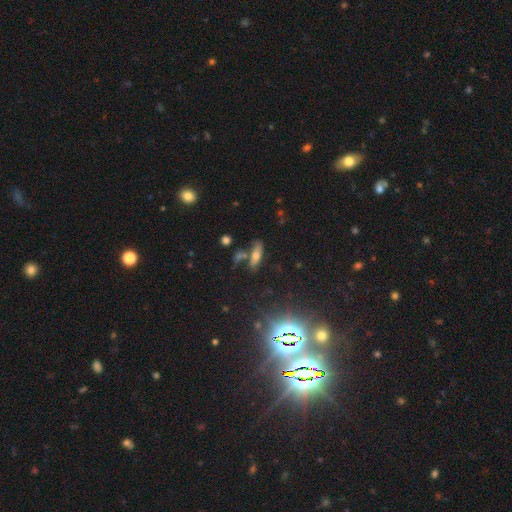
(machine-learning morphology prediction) The model was most divided on "how rounded": in between: 53%, cigar-shaped: 43%, round: 5%. More confident: merging — none (61%); smooth or featured — smooth (54%).